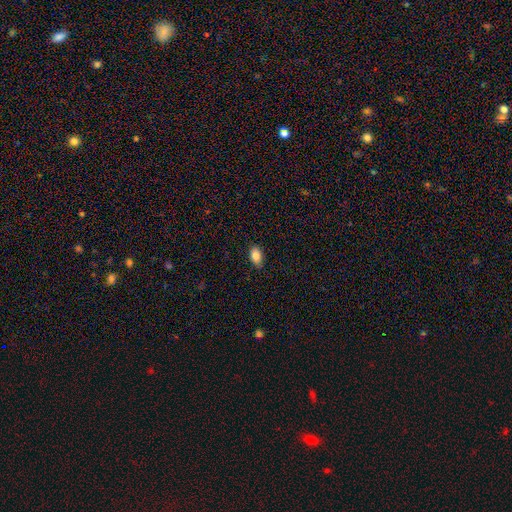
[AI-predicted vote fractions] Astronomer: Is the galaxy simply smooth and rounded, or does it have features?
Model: smooth — 85%.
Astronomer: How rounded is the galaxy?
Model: in between — 90%.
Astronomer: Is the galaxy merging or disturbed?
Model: none — 85%.